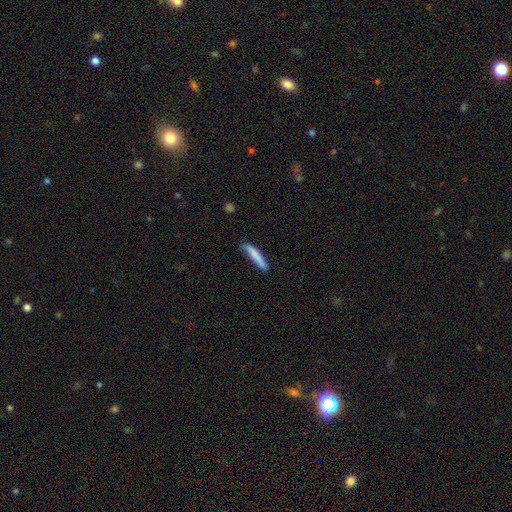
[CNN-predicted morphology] Smooth or featured? smooth (81%)
How rounded? cigar-shaped (91%)
Merging? none (73%)